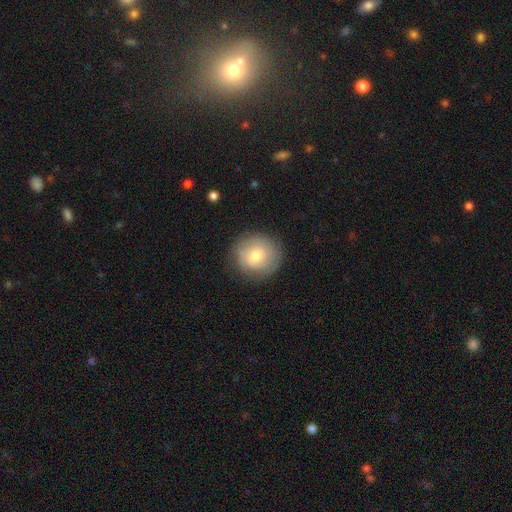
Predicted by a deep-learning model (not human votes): The model was most divided on "smooth or featured": smooth: 67%, featured or disk: 25%, star or artifact: 8%. More confident: how rounded — round (91%); merging — none (83%).